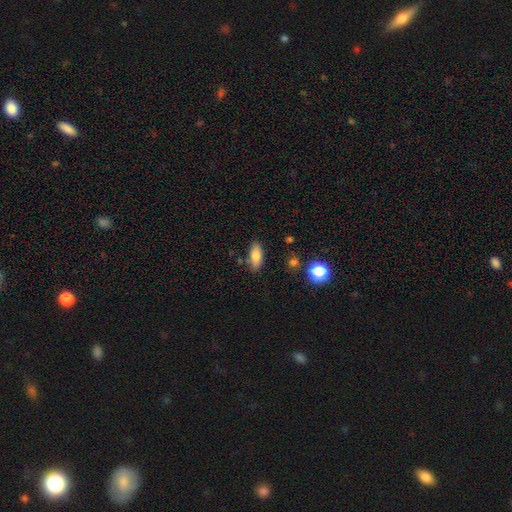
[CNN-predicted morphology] Smooth or featured? Predicted: smooth (p=0.81). How rounded? Predicted: in between (p=0.79). Merging? Predicted: none (p=0.82).